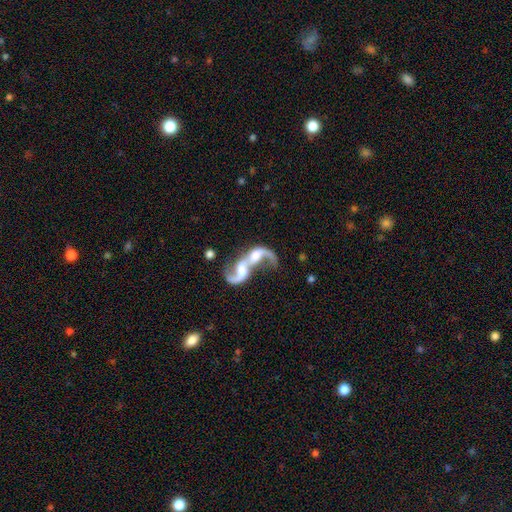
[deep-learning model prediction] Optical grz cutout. It shows a featured or disk galaxy (76%) with no bar (47%), 2 (72%) loose (83%) spiral arms (82%) and a moderate central bulge (41%). Merging: merger (76%).